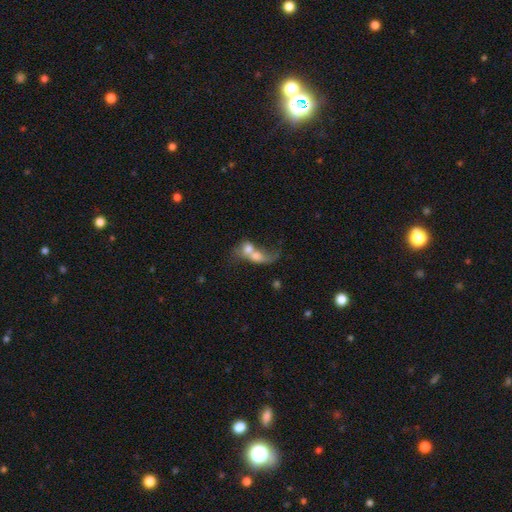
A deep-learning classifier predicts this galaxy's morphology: smooth_or_featured: smooth (p=0.49) [alt: featured or disk p=0.40]
merging: merger (p=0.76) [alt: major disturbance p=0.11]